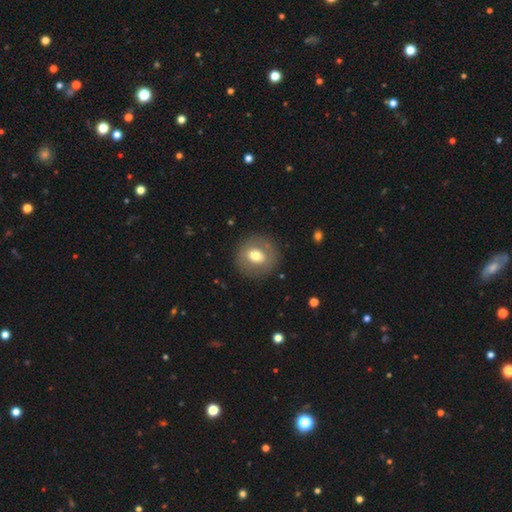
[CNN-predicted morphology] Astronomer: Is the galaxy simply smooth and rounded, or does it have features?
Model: smooth — 62%.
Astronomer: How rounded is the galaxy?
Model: round — 84%.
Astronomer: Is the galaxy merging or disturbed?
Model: none — 86%.